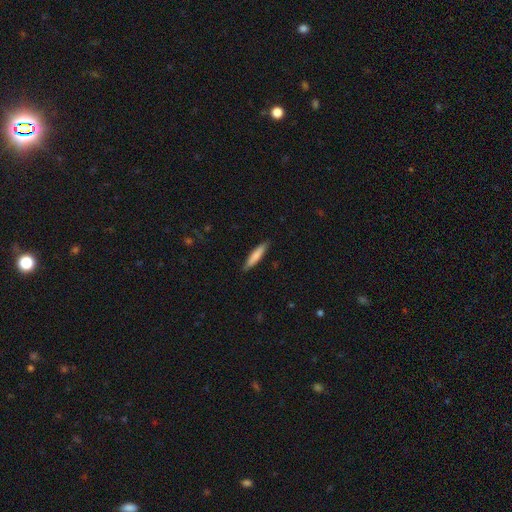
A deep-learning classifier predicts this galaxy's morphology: smooth_or_featured: smooth (p=0.78) [alt: featured or disk p=0.17]
how_rounded: cigar-shaped (p=0.87) [alt: in between p=0.12]
merging: none (p=0.88) [alt: minor disturbance p=0.09]